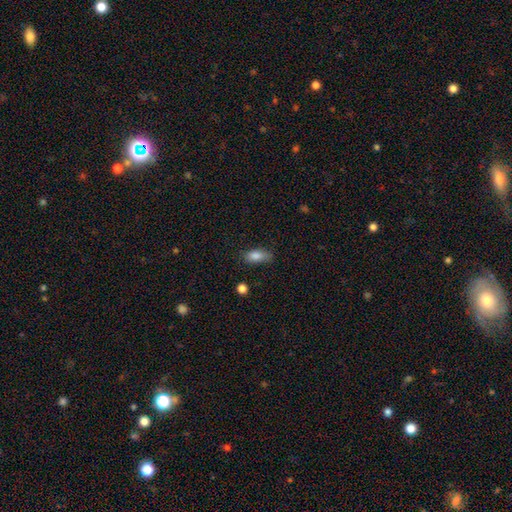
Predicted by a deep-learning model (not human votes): smooth 84%, star or artifact 9%, featured or disk 8%. Down the decision tree: how rounded — in between (82%); merging — none (70%).